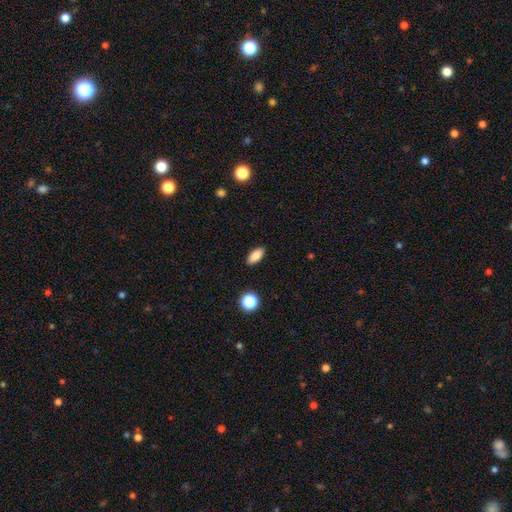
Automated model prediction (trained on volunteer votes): Smooth or featured: smooth — 85% (star or artifact — 9%)
How rounded: in between — 85% (cigar-shaped — 11%)
Merging: none — 89% (minor disturbance — 8%)